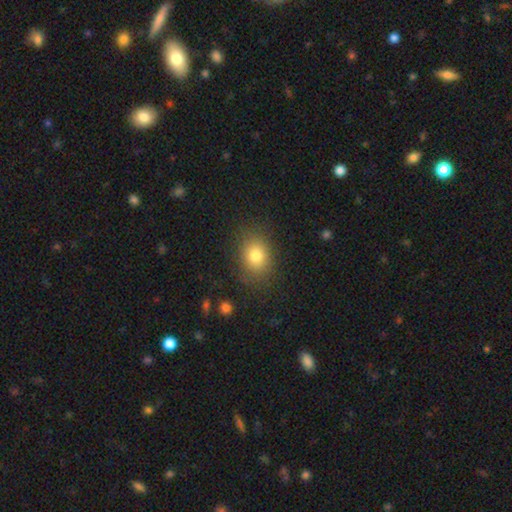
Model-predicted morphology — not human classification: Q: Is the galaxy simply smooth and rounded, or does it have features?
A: smooth — 80%.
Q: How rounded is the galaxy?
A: in between — 55%.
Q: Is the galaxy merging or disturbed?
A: none — 82%.